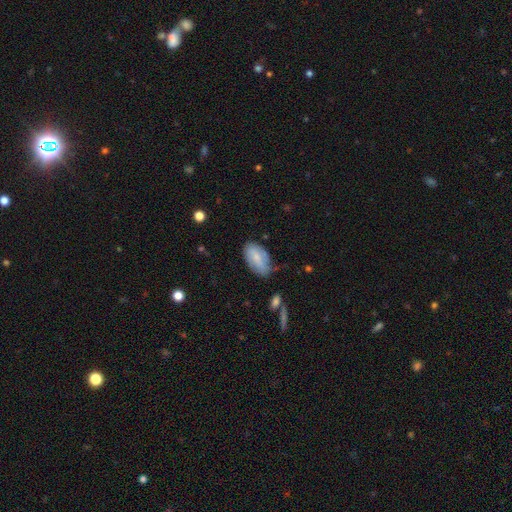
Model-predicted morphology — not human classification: A smooth galaxy with no disk features (68%) that is in between round and cigar-shaped (93%).

Vote fractions:
- Smooth or featured? smooth: 68% / featured or disk: 25% / star or artifact: 7%
- How rounded? in between: 93% / round: 4% / cigar-shaped: 3%
- Merging? none: 59% / minor disturbance: 31% / major disturbance: 8% / merger: 3%